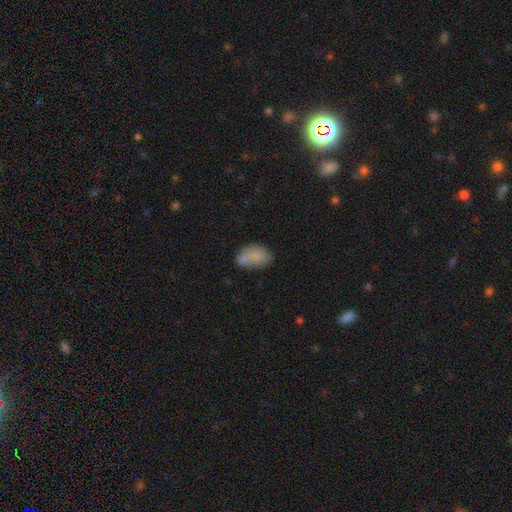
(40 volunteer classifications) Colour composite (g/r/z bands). It shows a smooth galaxy with no disk features (85%) that is in between round and cigar-shaped (85%). Merging: none (55%).